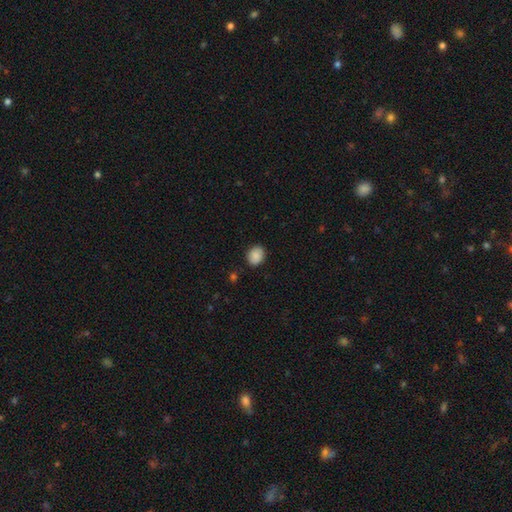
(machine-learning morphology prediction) Smooth or featured? smooth (87%)
How rounded? round (58%)
Merging? none (86%)